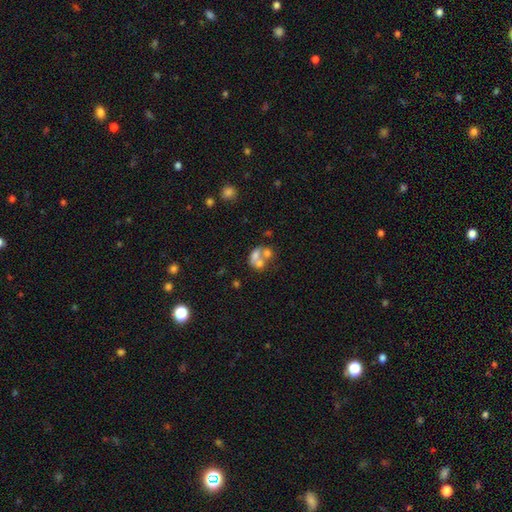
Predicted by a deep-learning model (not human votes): A smooth galaxy with no disk features (51%) that is in between round and cigar-shaped (55%). Merging: merger (62%).